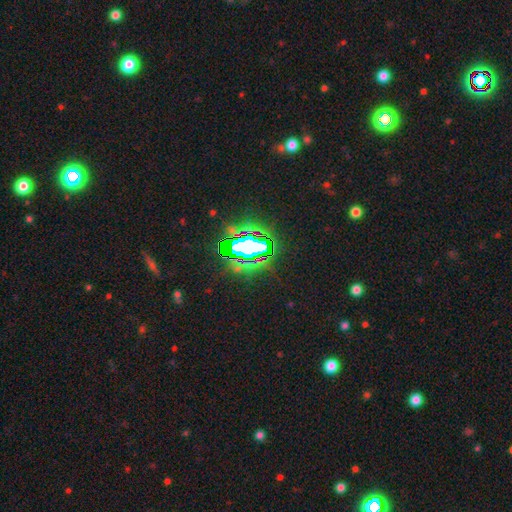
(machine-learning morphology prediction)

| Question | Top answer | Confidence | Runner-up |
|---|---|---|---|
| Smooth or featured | star or artifact | 73% | smooth (15%) |